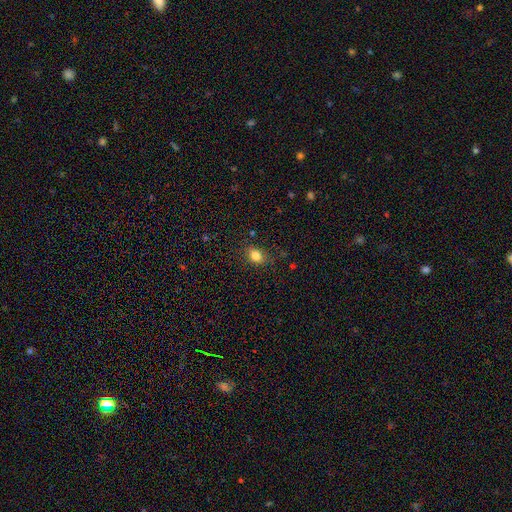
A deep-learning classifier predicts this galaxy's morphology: Smooth or featured? Predicted: smooth (p=0.83). How rounded? Predicted: in between (p=0.66). Merging? Predicted: none (p=0.81).